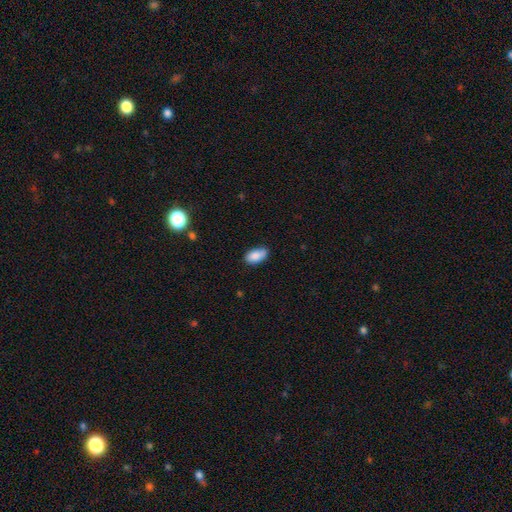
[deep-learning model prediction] Smooth or featured? Predicted: smooth (p=0.87). How rounded? Predicted: in between (p=0.94). Merging? Predicted: none (p=0.75).